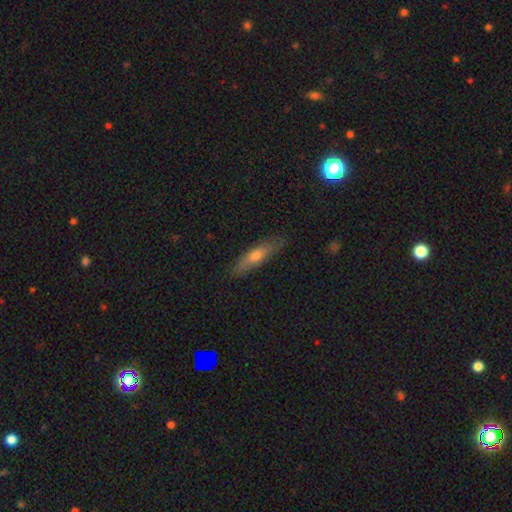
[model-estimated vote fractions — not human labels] This is possibly a smooth galaxy (59%). How rounded: likely cigar-shaped (70%). Merging: clearly none (84%).